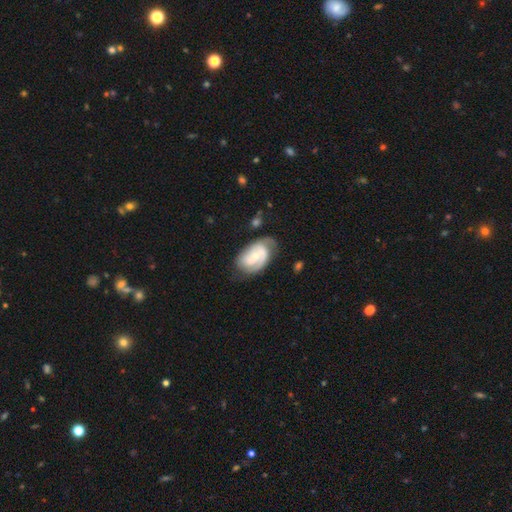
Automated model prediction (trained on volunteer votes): Smooth or featured? featured or disk (74%)
Edge-on disk? no (96%)
Bar? no (59%)
Spiral arms? yes (90%)
Spiral winding? tight (50%)
Spiral arm count? 2 (57%)
Bulge size? small (55%)
Merging? none (57%)